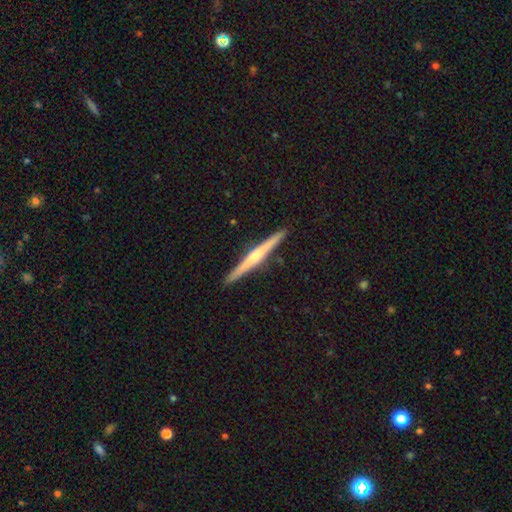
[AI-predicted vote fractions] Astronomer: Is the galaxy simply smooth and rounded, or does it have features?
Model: featured or disk — 66%.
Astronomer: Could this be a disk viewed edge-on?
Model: yes — 98%.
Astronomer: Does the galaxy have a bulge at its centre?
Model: rounded — 60%.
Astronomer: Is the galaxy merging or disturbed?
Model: none — 92%.